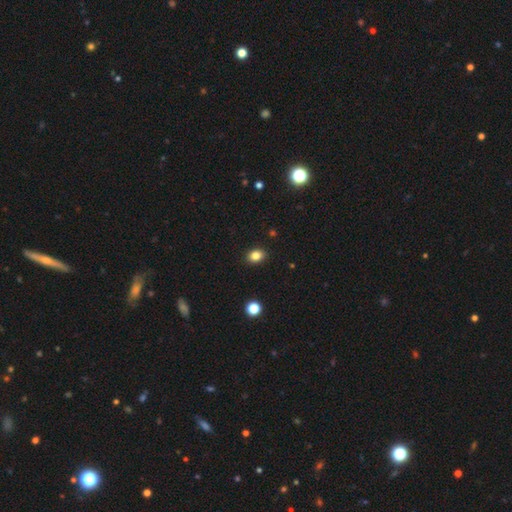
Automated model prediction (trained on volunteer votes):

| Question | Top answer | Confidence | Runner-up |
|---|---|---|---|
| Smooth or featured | smooth | 84% | star or artifact (10%) |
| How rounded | in between | 65% | round (34%) |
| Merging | none | 90% | minor disturbance (7%) |